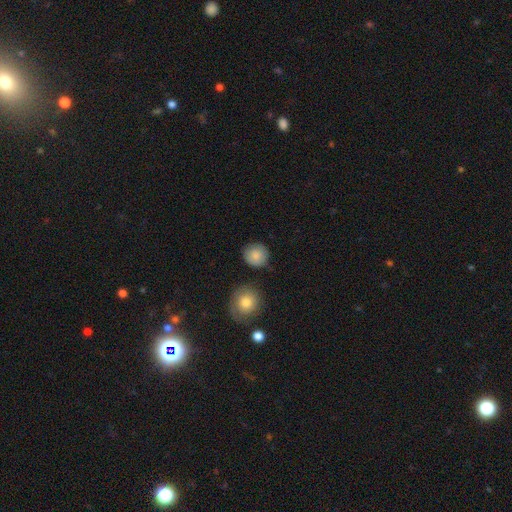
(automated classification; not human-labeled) Smooth or featured? smooth (86%)
How rounded? round (91%)
Merging? none (82%)